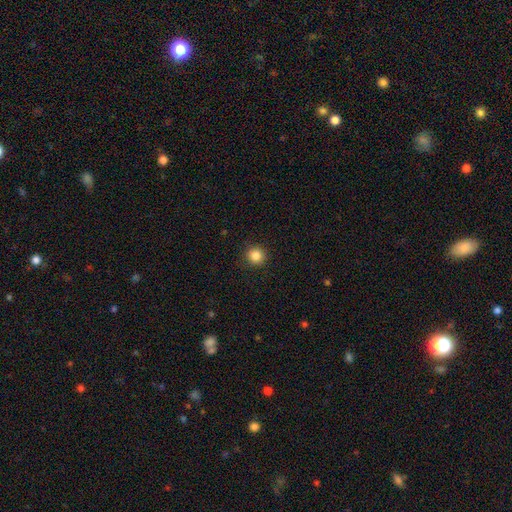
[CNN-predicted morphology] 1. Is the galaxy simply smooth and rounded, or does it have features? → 85% smooth, 11% star or artifact, 4% featured or disk.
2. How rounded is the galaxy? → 94% round, 5% in between, 1% cigar-shaped.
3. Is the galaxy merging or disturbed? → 92% none, 5% minor disturbance, 2% major disturbance, 1% merger.